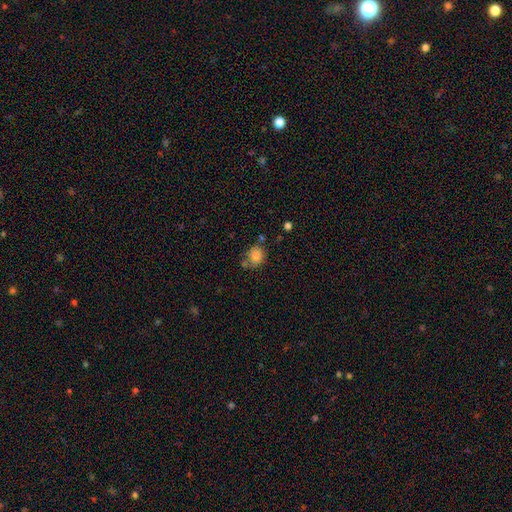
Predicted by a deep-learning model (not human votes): A smooth galaxy with no disk features (79%) that is round (66%).

Vote fractions:
- Smooth or featured? smooth: 79% / featured or disk: 11% / star or artifact: 10%
- How rounded? round: 66% / in between: 33% / cigar-shaped: 1%
- Merging? none: 60% / minor disturbance: 22% / merger: 12% / major disturbance: 7%